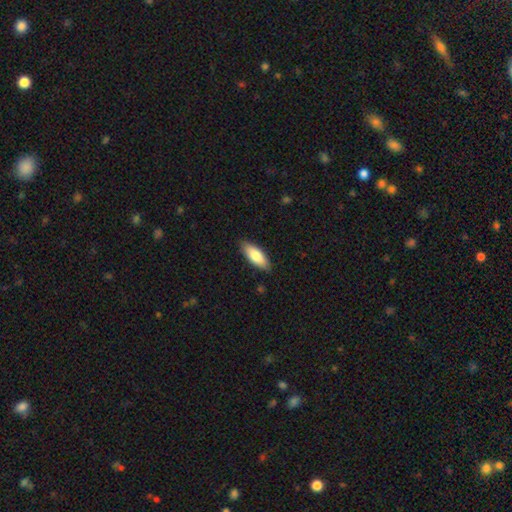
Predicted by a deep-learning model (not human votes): A smooth galaxy with no disk features (80%) that is in between round and cigar-shaped (77%).

Vote fractions:
- Smooth or featured? smooth: 80% / featured or disk: 15% / star or artifact: 6%
- How rounded? in between: 77% / cigar-shaped: 22% / round: 2%
- Merging? none: 87% / minor disturbance: 10% / major disturbance: 2% / merger: 1%